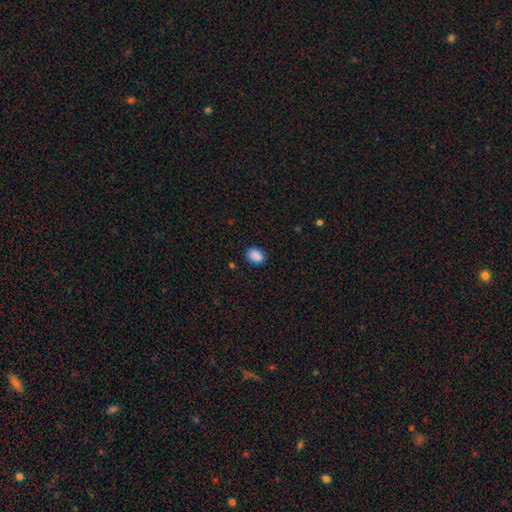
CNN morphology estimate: type=smooth (89%); roundness=in between (65%); merging=none (86%).